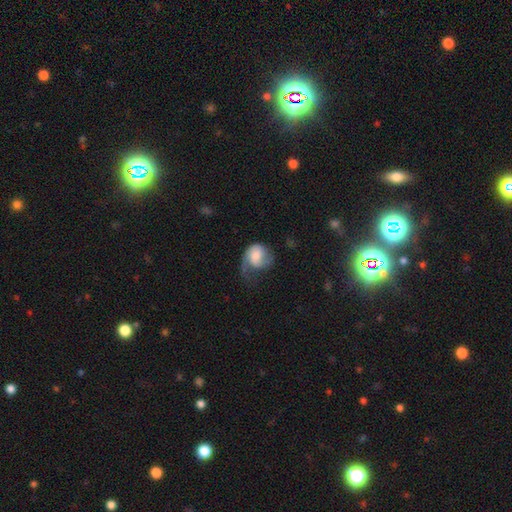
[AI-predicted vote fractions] The model was most divided on "smooth or featured": featured or disk: 49%, smooth: 44%, star or artifact: 7%. Remaining: merging — major disturbance (42%).